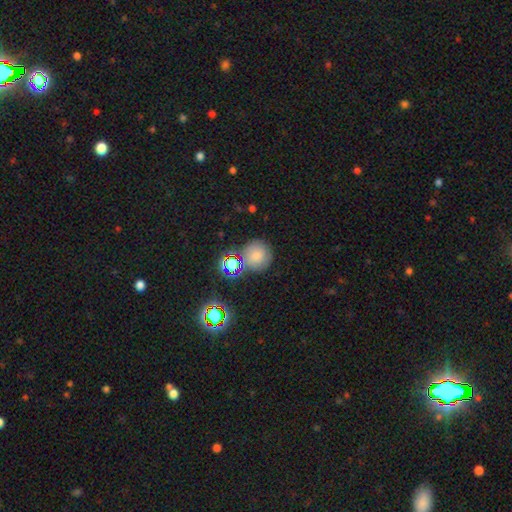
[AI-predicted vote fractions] Smooth or featured? smooth (69%)
How rounded? round (89%)
Merging? none (71%)